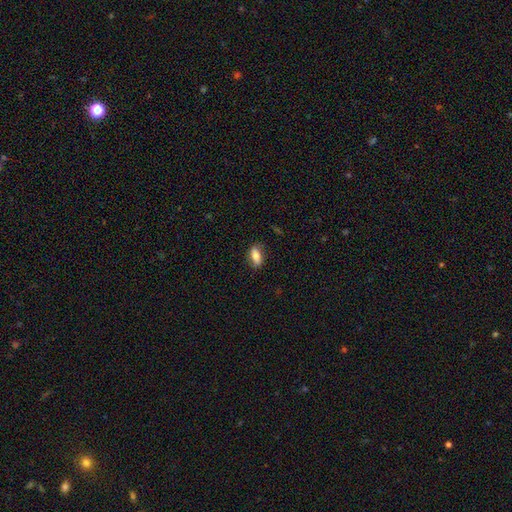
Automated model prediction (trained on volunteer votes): The model was most divided on "smooth or featured": smooth: 73%, featured or disk: 20%, star or artifact: 8%. More confident: how rounded — in between (81%); merging — none (79%).